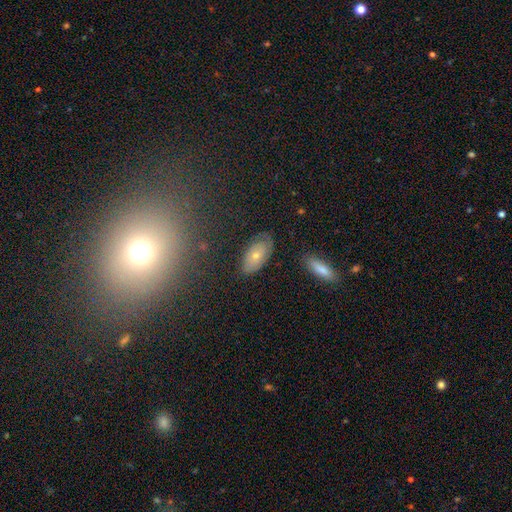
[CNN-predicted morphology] smooth_or_featured: smooth (p=0.62) [alt: featured or disk p=0.29]
how_rounded: in between (p=0.91) [alt: cigar-shaped p=0.05]
merging: none (p=0.74) [alt: minor disturbance p=0.19]